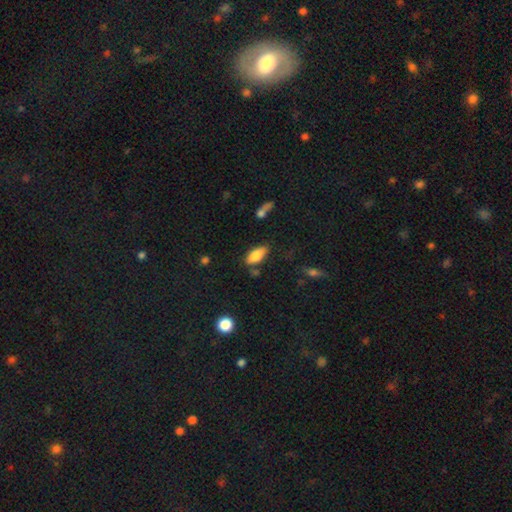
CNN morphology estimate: smooth-or-featured: smooth: 79% | featured or disk: 14% | star or artifact: 7%
  how-rounded: in between: 84% | cigar-shaped: 13% | round: 3%
  merging: none: 75% | minor disturbance: 16% | merger: 5% | major disturbance: 4%